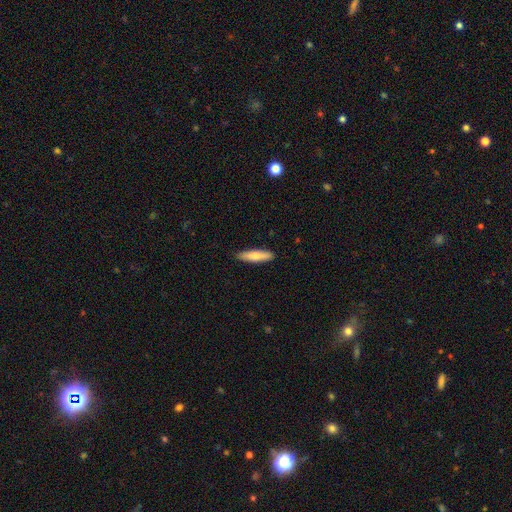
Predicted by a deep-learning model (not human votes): smooth-or-featured: smooth: 76% | featured or disk: 18% | star or artifact: 5%
  how-rounded: cigar-shaped: 72% | in between: 27% | round: 2%
  merging: none: 89% | minor disturbance: 8% | major disturbance: 2% | merger: 1%